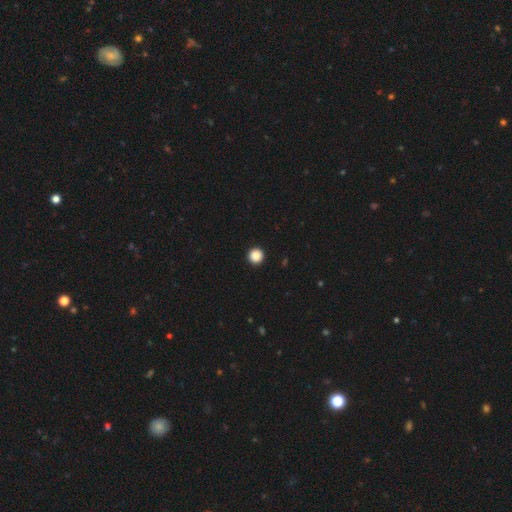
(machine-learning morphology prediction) Overall: smooth (88%). How rounded: round (96%). Merging: none (94%).